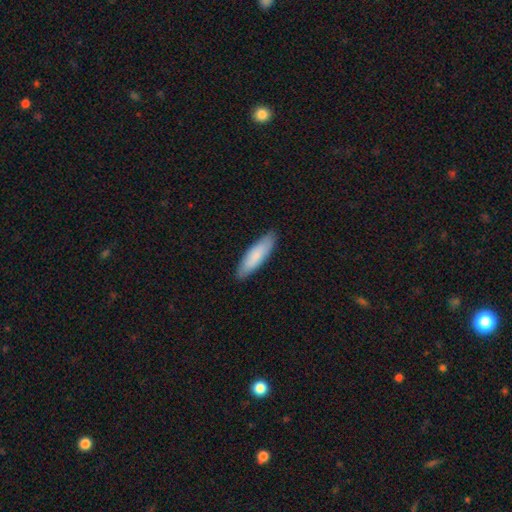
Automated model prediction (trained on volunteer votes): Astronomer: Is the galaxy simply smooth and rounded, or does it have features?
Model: smooth — 82%.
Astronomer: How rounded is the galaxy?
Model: cigar-shaped — 64%.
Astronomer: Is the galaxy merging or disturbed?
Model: none — 88%.